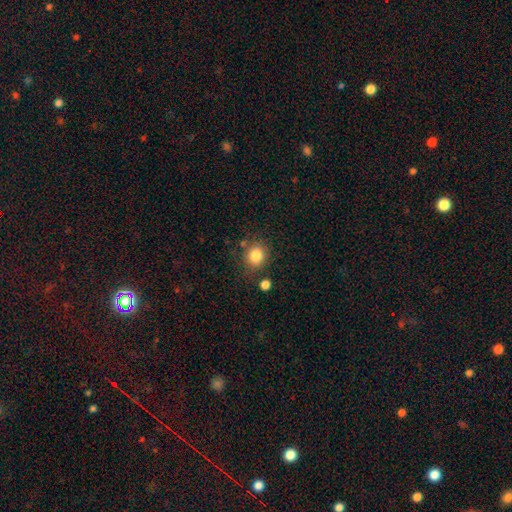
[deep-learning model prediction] smooth_or_featured: smooth (p=0.83) [alt: star or artifact p=0.11]
how_rounded: round (p=0.78) [alt: in between p=0.22]
merging: none (p=0.77) [alt: minor disturbance p=0.12]